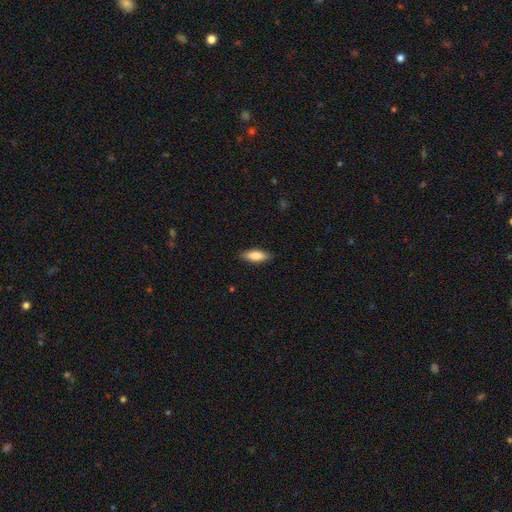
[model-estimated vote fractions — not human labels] Morphology: type=smooth (83%); roundness=in between (70%); merging=none (87%).